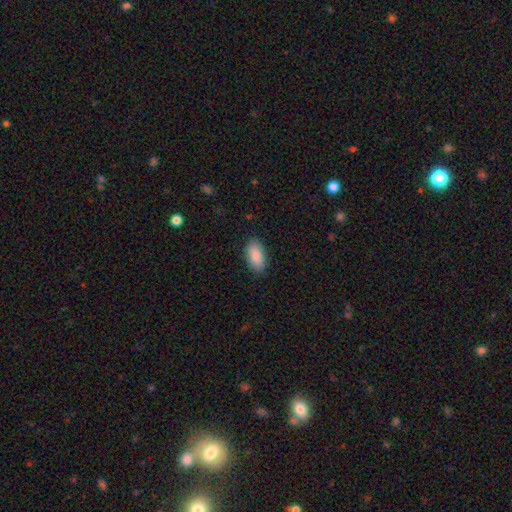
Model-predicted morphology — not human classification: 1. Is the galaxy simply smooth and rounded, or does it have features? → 89% smooth, 6% star or artifact, 5% featured or disk.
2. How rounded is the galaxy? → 94% in between, 4% cigar-shaped, 3% round.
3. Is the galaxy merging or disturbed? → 86% none, 11% minor disturbance, 3% major disturbance, 1% merger.